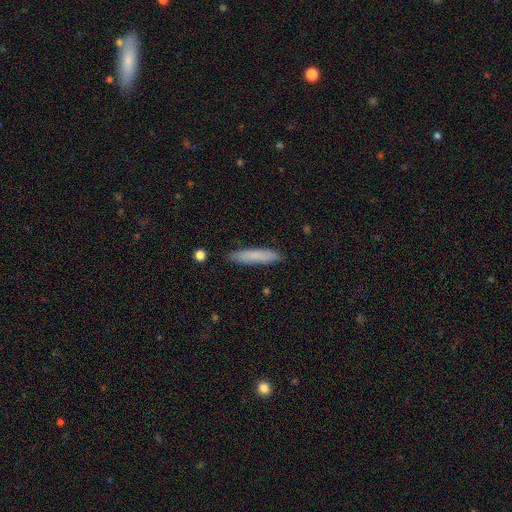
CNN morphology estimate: A smooth galaxy with no disk features (80%) that is cigar-shaped (89%).

Vote fractions:
- Smooth or featured? smooth: 80% / featured or disk: 14% / star or artifact: 6%
- How rounded? cigar-shaped: 89% / in between: 9% / round: 1%
- Merging? none: 89% / minor disturbance: 8% / major disturbance: 2% / merger: 1%